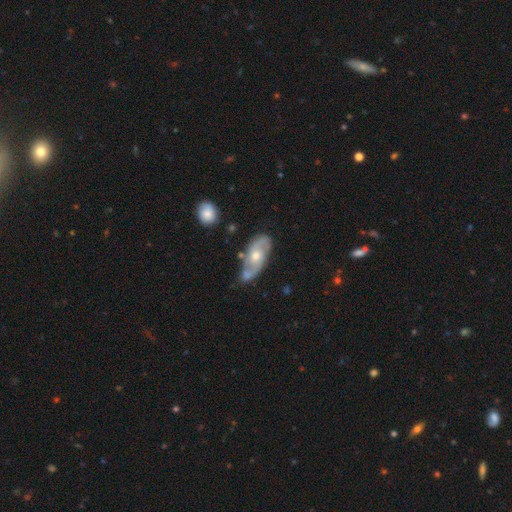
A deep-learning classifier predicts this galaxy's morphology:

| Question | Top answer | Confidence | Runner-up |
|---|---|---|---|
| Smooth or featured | featured or disk | 69% | smooth (24%) |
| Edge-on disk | no | 91% | yes (9%) |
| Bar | no | 70% | weak (25%) |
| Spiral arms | yes | 83% | no (17%) |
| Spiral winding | medium | 46% | tight (30%) |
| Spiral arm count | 2 | 74% | can't tell (15%) |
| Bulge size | moderate | 59% | small (36%) |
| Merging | none | 50% | minor disturbance (25%) |